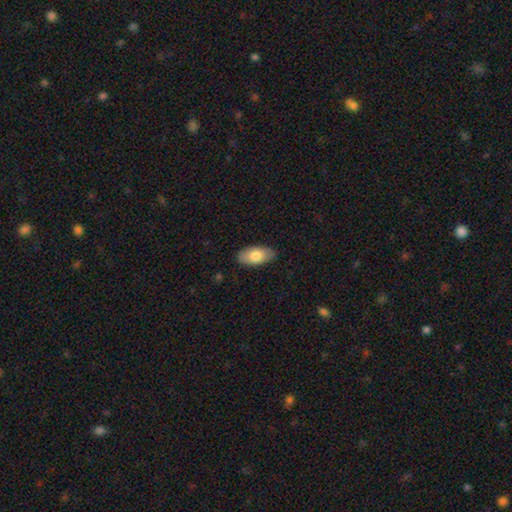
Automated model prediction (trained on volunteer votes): Q: Smooth or featured?
A: smooth (77%); runner-up: featured or disk (17%)
Q: How rounded?
A: in between (93%); runner-up: cigar-shaped (4%)
Q: Merging?
A: none (85%); runner-up: minor disturbance (12%)